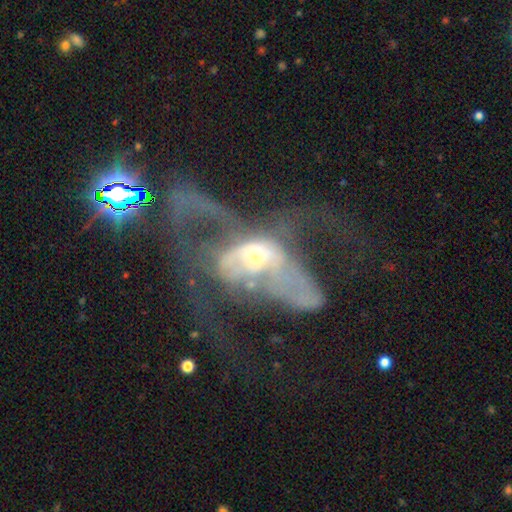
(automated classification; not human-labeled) Morphology: type=featured or disk (66%); edge-on=no (91%); bar=no (77%); spiral arms=no (61%); bulge=moderate (54%); merging=major disturbance (63%).